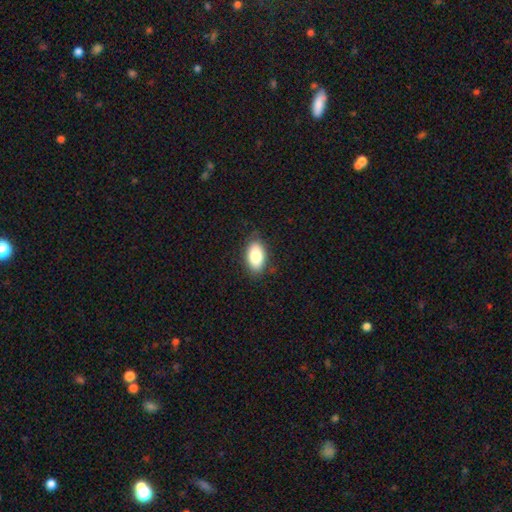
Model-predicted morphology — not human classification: This appears to be a smooth galaxy with no disk features (83%) that is in between round and cigar-shaped (93%). Merging: none (83%).